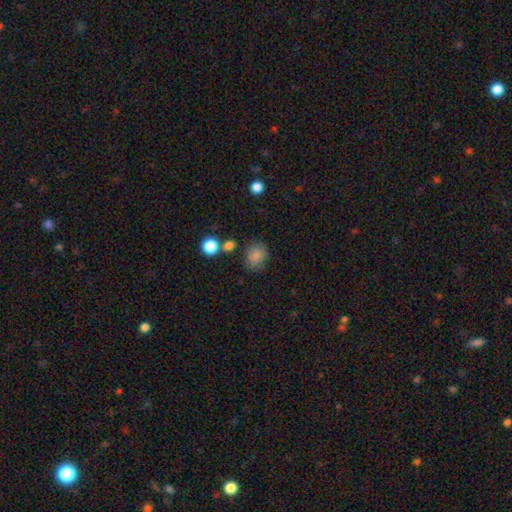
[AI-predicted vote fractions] Morphology: type=smooth (84%); roundness=round (58%); merging=none (74%).